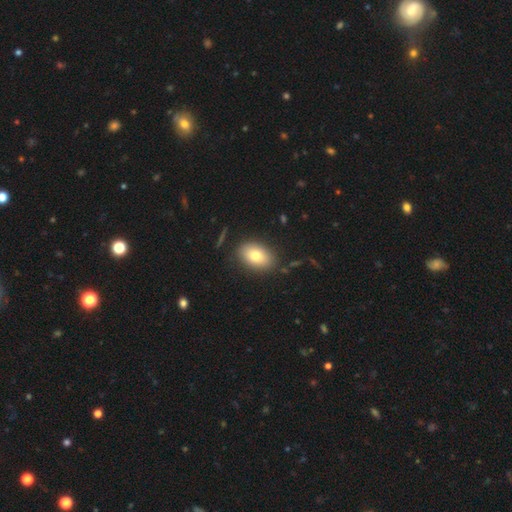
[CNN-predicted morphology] Smooth or featured?
  - smooth: 77% *
  - featured or disk: 14%
  - star or artifact: 8%
How rounded?
  - in between: 85% *
  - round: 14%
  - cigar-shaped: 1%
Merging?
  - none: 85% *
  - minor disturbance: 10%
  - major disturbance: 3%
  - merger: 2%